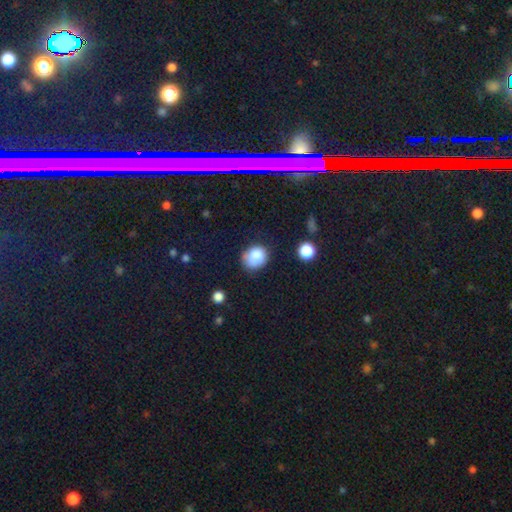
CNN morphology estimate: A smooth galaxy with no disk features (82%) that is round (64%).

Vote fractions:
- Smooth or featured? smooth: 82% / star or artifact: 10% / featured or disk: 8%
- How rounded? round: 64% / in between: 35% / cigar-shaped: 1%
- Merging? none: 58% / minor disturbance: 27% / major disturbance: 8% / merger: 7%